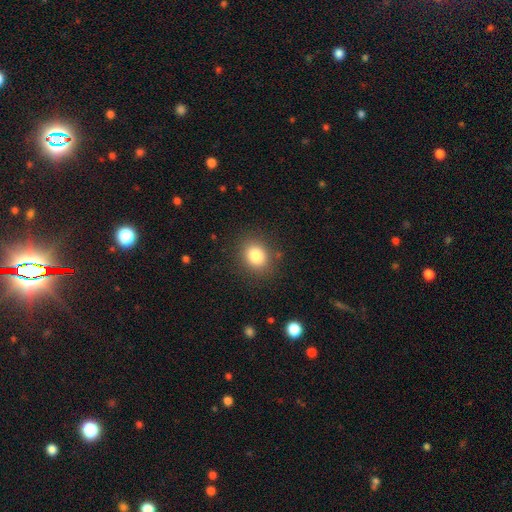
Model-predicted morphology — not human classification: A smooth galaxy with no disk features (83%) that is round (61%).

Vote fractions:
- Smooth or featured? smooth: 83% / star or artifact: 10% / featured or disk: 6%
- How rounded? round: 61% / in between: 38% / cigar-shaped: 1%
- Merging? none: 86% / minor disturbance: 9% / major disturbance: 3% / merger: 1%